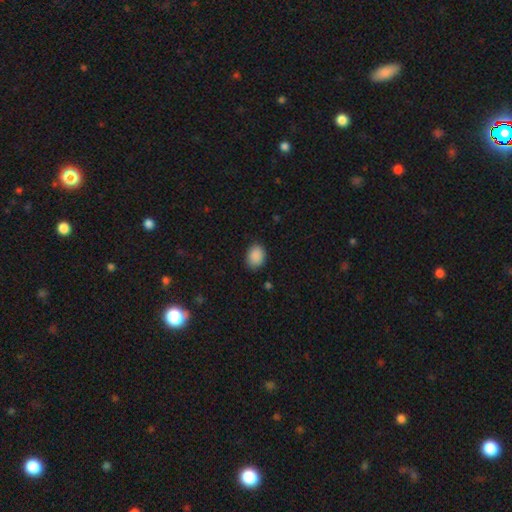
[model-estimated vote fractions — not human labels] smooth 89%, star or artifact 8%, featured or disk 3%. Down the decision tree: how rounded — in between (66%); merging — none (83%).